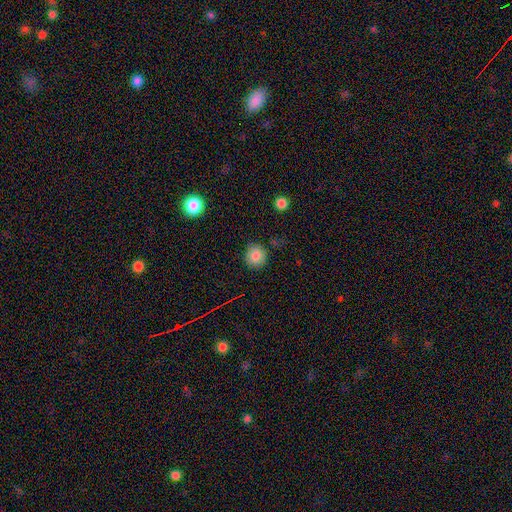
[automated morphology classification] smooth 82%, star or artifact 10%, featured or disk 8%. Down the decision tree: how rounded — round (89%); merging — none (85%).